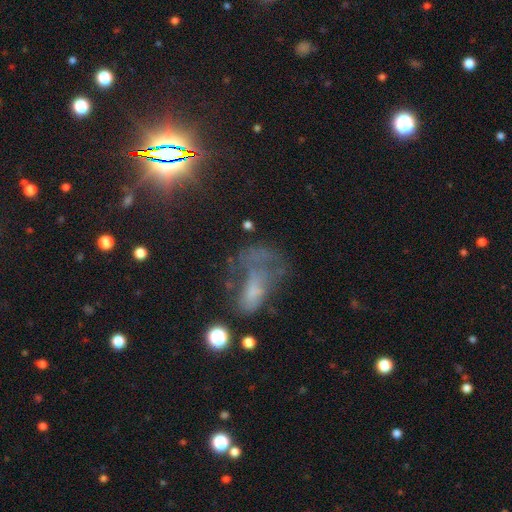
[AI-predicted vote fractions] smooth-or-featured: featured or disk: 39% | smooth: 31% | star or artifact: 30%
  merging: major disturbance: 47% | none: 26% | minor disturbance: 17% | merger: 9%